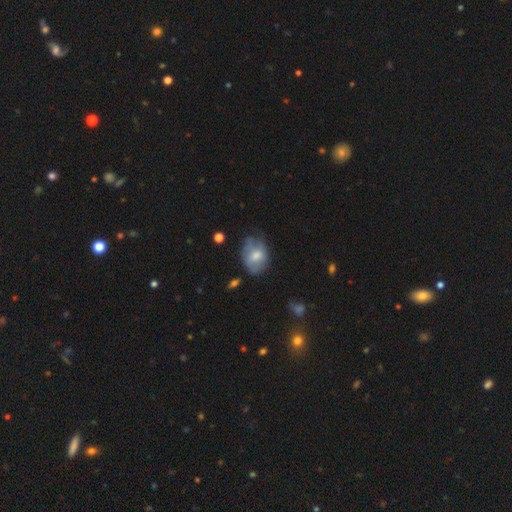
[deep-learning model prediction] A smooth galaxy with no disk features (59%) that is in between round and cigar-shaped (72%).

Vote fractions:
- Smooth or featured? smooth: 59% / featured or disk: 33% / star or artifact: 7%
- How rounded? in between: 72% / round: 27% / cigar-shaped: 1%
- Merging? none: 49% / minor disturbance: 34% / major disturbance: 14% / merger: 3%